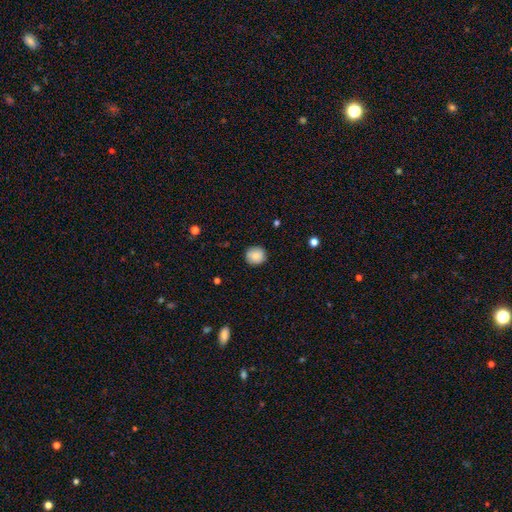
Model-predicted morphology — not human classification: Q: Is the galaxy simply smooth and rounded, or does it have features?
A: smooth — 83%.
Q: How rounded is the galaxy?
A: round — 88%.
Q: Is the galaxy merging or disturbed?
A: none — 88%.